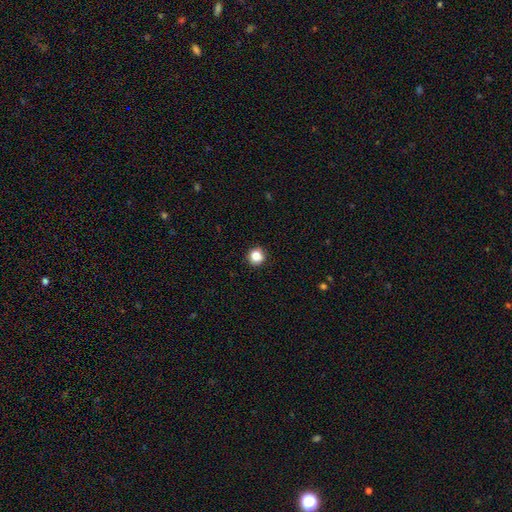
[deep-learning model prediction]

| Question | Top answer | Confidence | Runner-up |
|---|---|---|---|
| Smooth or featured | smooth | 85% | star or artifact (11%) |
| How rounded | round | 93% | in between (6%) |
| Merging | none | 91% | minor disturbance (6%) |